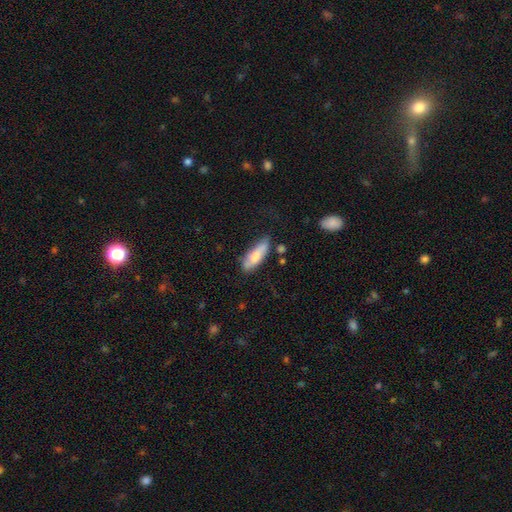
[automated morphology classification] The model was most divided on "how rounded": in between: 60%, cigar-shaped: 38%, round: 2%. More confident: smooth or featured — smooth (72%); merging — none (61%).